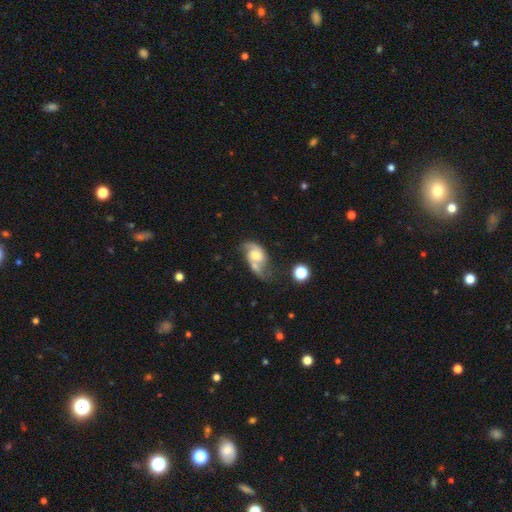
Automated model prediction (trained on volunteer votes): A featured or disk galaxy (66%) with no bar (63%), 2 (74%) loose (47%) spiral arms (86%) and a moderate central bulge (52%). Merging: merger (39%).